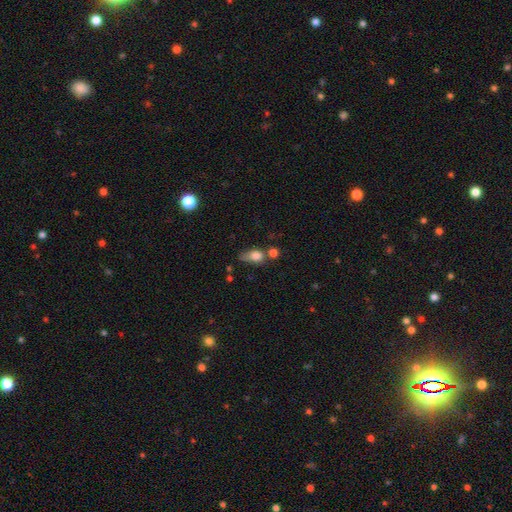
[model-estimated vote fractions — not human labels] The model was most divided on "merging": none: 30%, minor disturbance: 26%, merger: 26%, major disturbance: 18%. More confident: smooth or featured — smooth (77%); how rounded — in between (66%).